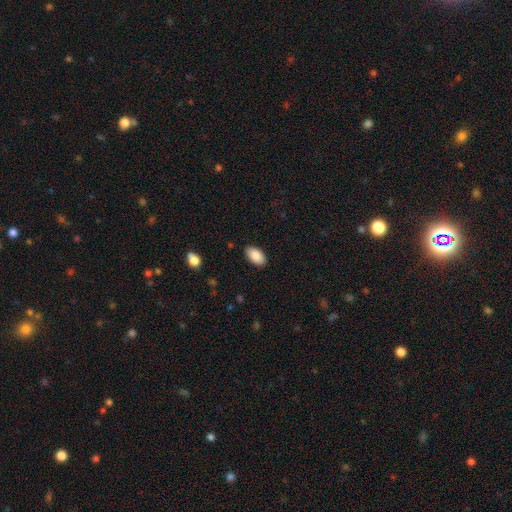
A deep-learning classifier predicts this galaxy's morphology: This is clearly a smooth galaxy (89%). How rounded: clearly in between (95%). Merging: clearly none (87%).